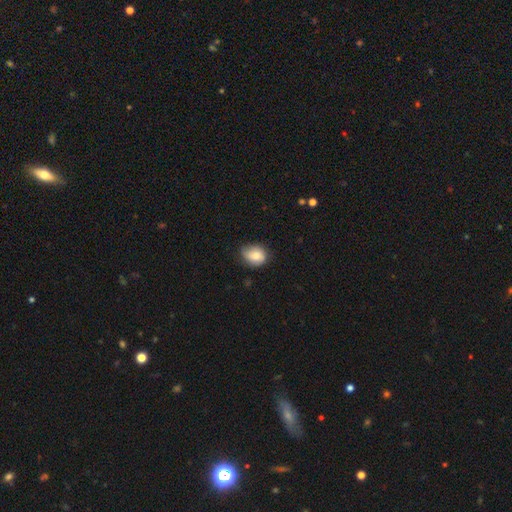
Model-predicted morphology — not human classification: smooth 77%, featured or disk 15%, star or artifact 8%. Down the decision tree: how rounded — in between (52%); merging — none (65%).